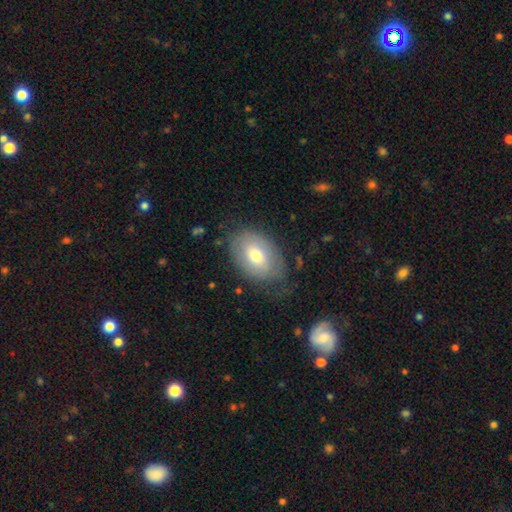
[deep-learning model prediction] Smooth or featured: smooth — 63% (featured or disk — 29%)
How rounded: in between — 86% (round — 13%)
Merging: none — 70% (minor disturbance — 20%)